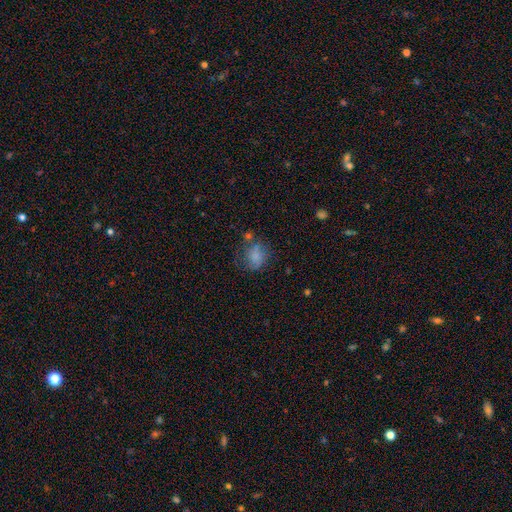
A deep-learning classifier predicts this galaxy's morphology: The model was most divided on "how rounded": round: 61%, in between: 38%, cigar-shaped: 1%. More confident: smooth or featured — smooth (69%); merging — none (51%).